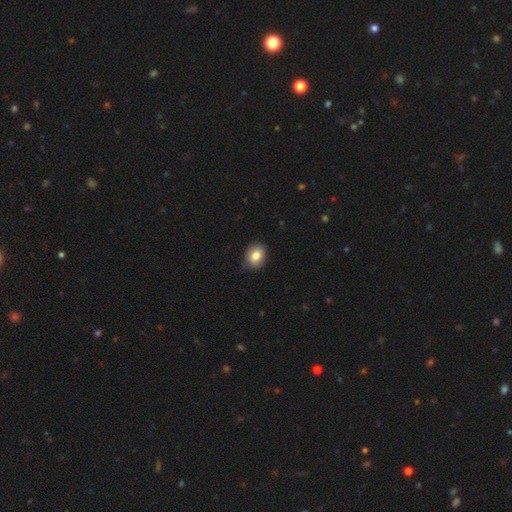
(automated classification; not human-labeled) A smooth galaxy with no disk features (81%) that is in between round and cigar-shaped (51%).

Vote fractions:
- Smooth or featured? smooth: 81% / featured or disk: 10% / star or artifact: 8%
- How rounded? in between: 51% / round: 48% / cigar-shaped: 1%
- Merging? none: 78% / minor disturbance: 18% / major disturbance: 3% / merger: 1%